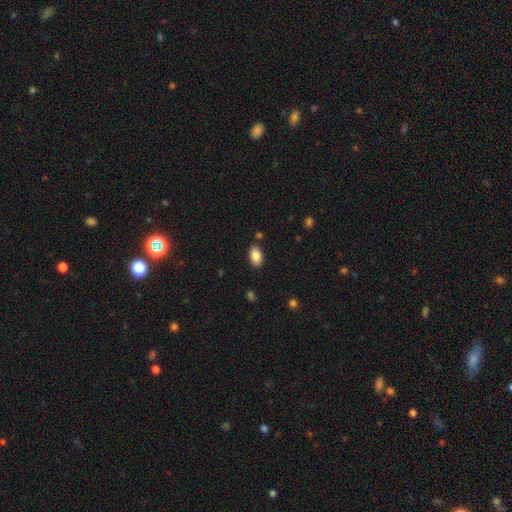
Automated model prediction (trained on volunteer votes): Morphology: type=smooth (86%); roundness=in between (92%); merging=none (86%).